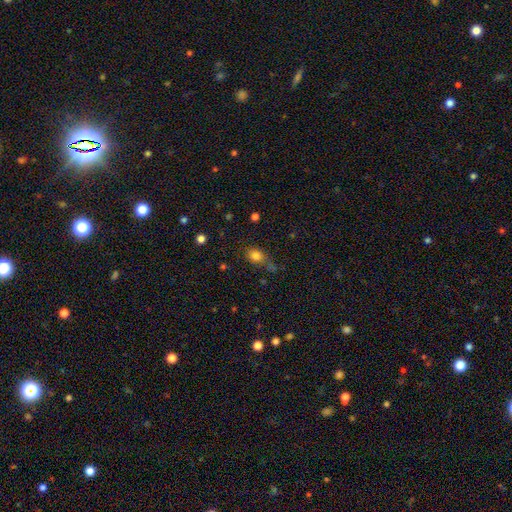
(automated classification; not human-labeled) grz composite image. It shows a smooth galaxy with no disk features (80%) that is round (51%). Merging: none (52%).